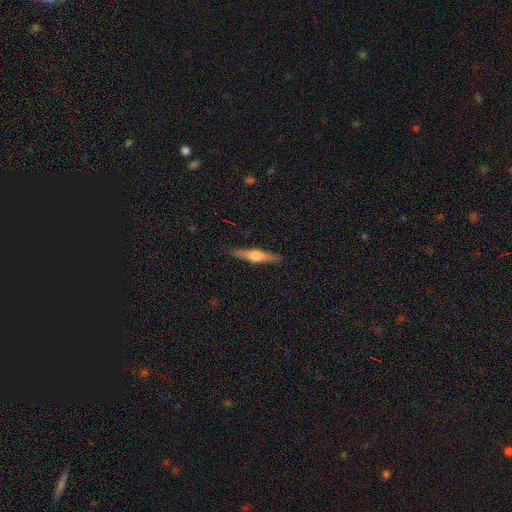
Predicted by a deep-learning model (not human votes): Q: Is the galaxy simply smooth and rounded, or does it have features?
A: featured or disk — 70%.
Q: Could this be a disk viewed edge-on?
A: yes — 98%.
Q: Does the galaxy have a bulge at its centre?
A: rounded — 92%.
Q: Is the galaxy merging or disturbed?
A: none — 90%.